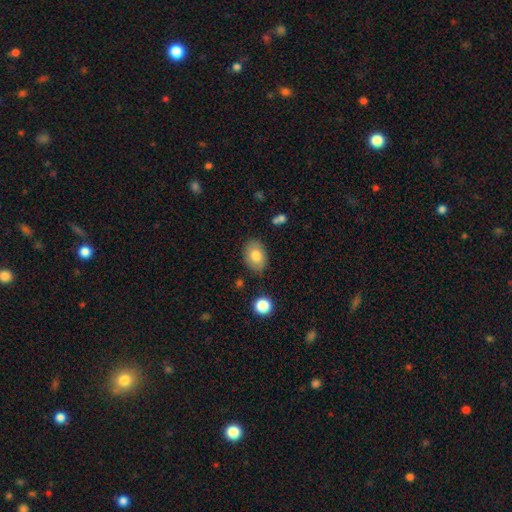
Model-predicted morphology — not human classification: A smooth galaxy with no disk features (80%) that is in between round and cigar-shaped (78%). Merging: none (80%).